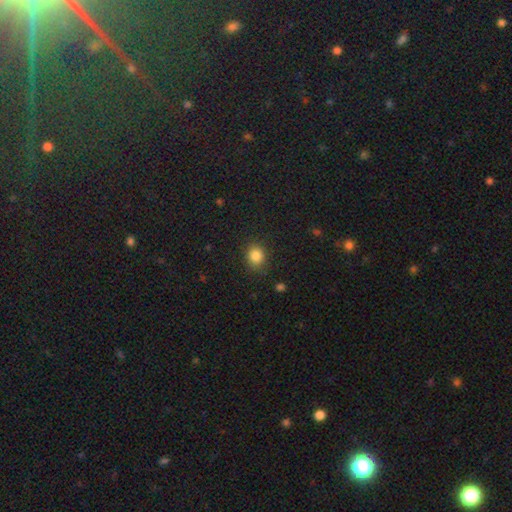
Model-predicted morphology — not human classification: smooth_or_featured: smooth (p=0.85) [alt: star or artifact p=0.11]
how_rounded: round (p=0.74) [alt: in between p=0.25]
merging: none (p=0.85) [alt: minor disturbance p=0.11]